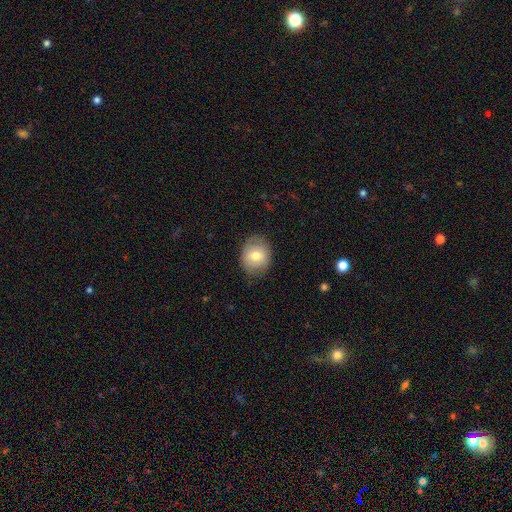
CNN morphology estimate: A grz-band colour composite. It shows a smooth galaxy with no disk features (72%) that is round (63%). Merging: none (81%).